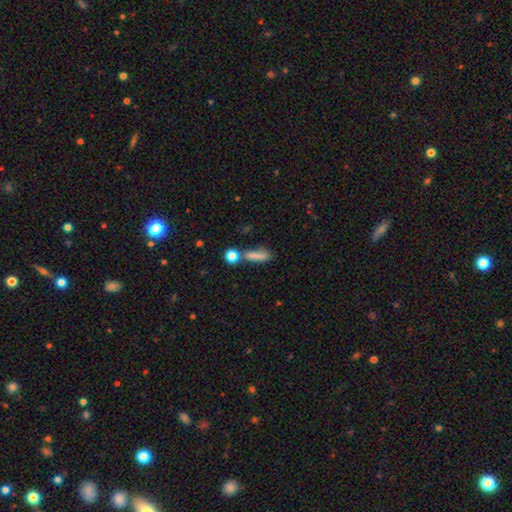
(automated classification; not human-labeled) smooth 79%, star or artifact 11%, featured or disk 10%. Down the decision tree: how rounded — cigar-shaped (61%); merging — none (59%).